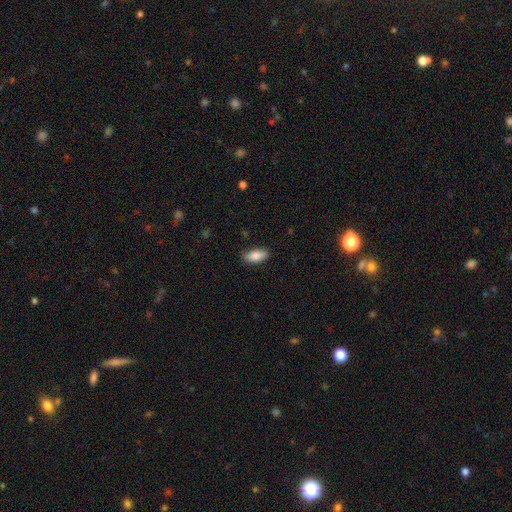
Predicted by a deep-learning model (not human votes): Morphology: type=smooth (88%); roundness=in between (89%); merging=none (86%).